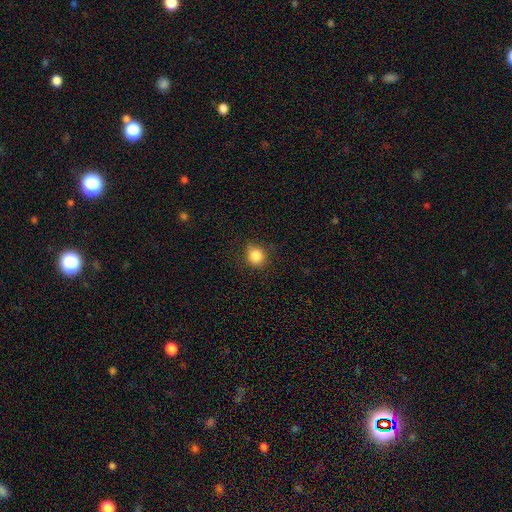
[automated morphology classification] The model was most divided on "how rounded": round: 81%, in between: 18%, cigar-shaped: 1%. More confident: smooth or featured — smooth (85%); merging — none (83%).